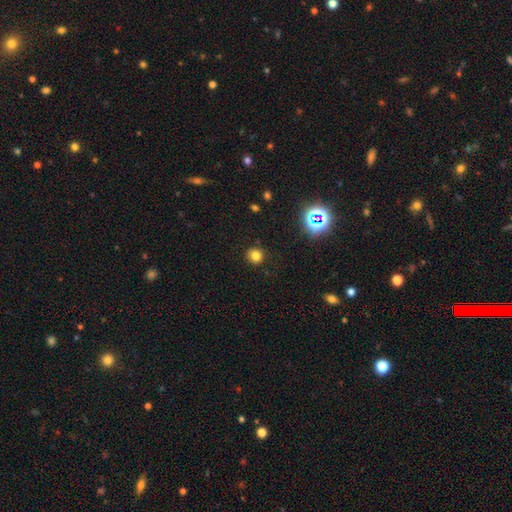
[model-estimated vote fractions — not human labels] Smooth or featured: smooth — 78% (star or artifact — 16%)
How rounded: round — 91% (in between — 8%)
Merging: none — 90% (minor disturbance — 6%)